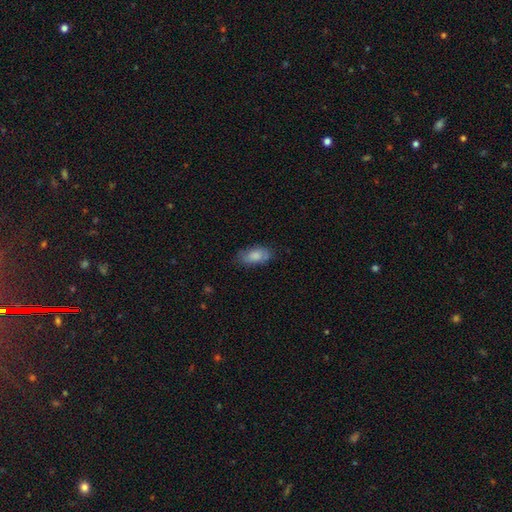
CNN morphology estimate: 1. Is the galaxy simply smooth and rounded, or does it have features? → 82% smooth, 11% featured or disk, 7% star or artifact.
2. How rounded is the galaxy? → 90% in between, 7% cigar-shaped, 3% round.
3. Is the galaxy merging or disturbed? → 72% none, 21% minor disturbance, 5% major disturbance, 2% merger.